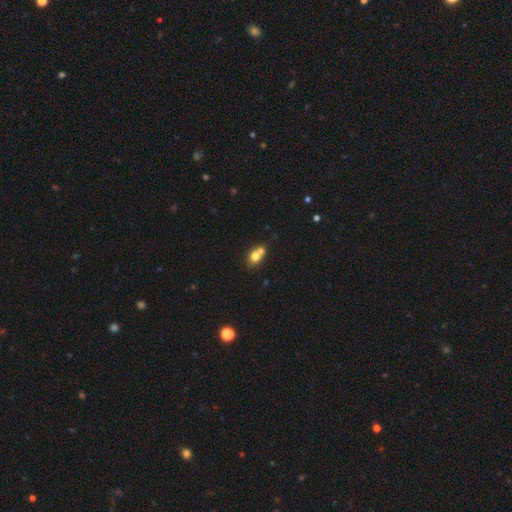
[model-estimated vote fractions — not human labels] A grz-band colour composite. It shows a smooth galaxy with no disk features (73%) that is round (53%). Merging: merger (50%).